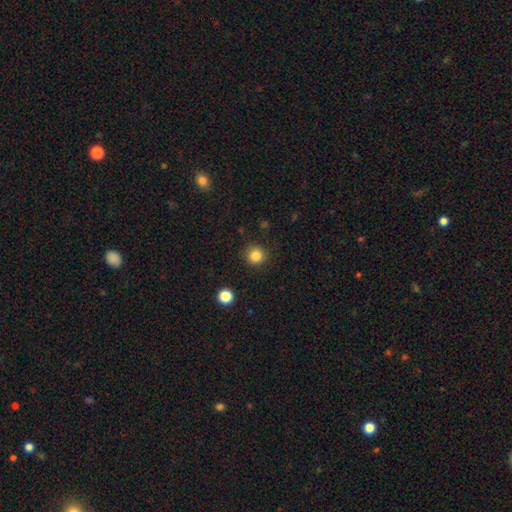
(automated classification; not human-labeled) A smooth galaxy with no disk features (84%) that is round (93%). Merging: none (90%).